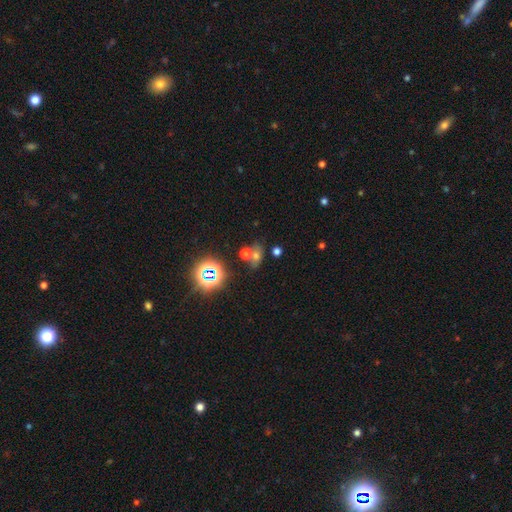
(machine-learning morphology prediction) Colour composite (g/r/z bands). It shows a smooth galaxy with no disk features (48%). Merging: none (55%).